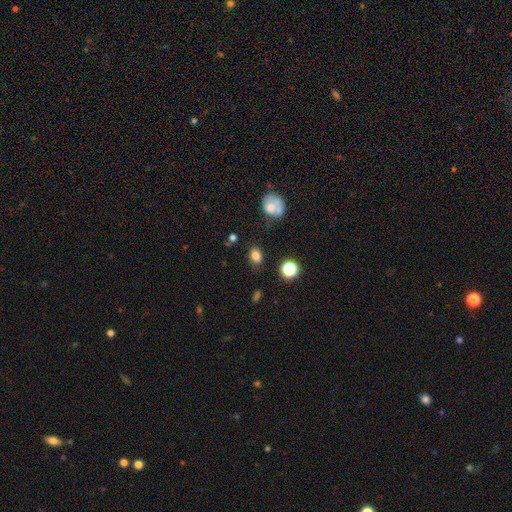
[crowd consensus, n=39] A smooth galaxy with no disk features (82%) that is in between round and cigar-shaped (62%). Merging: none (74%).